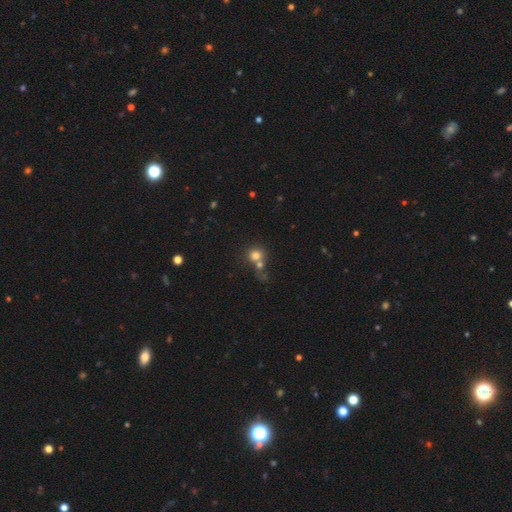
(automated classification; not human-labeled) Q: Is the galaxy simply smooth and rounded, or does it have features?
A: smooth — 75%.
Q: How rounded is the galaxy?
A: round — 85%.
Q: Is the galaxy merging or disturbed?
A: merger — 46%.